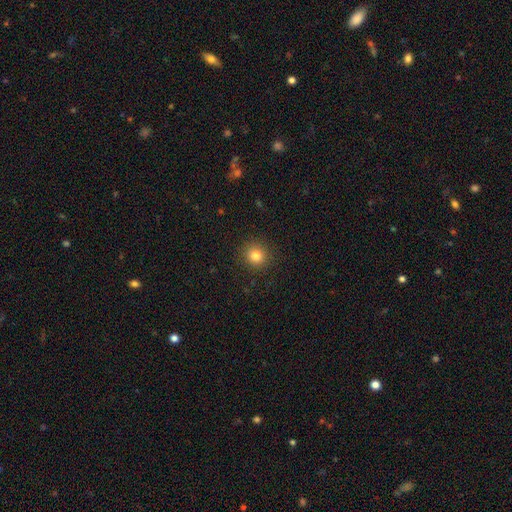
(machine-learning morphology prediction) type=smooth (82%); roundness=round (91%); merging=none (91%).